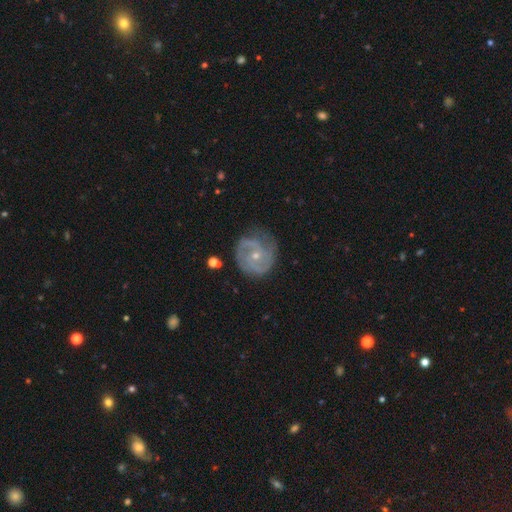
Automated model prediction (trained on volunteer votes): Q: Smooth or featured?
A: featured or disk (83%); runner-up: smooth (11%)
Q: Edge-on disk?
A: no (98%); runner-up: yes (2%)
Q: Bar?
A: no (60%); runner-up: weak (32%)
Q: Spiral arms?
A: yes (94%); runner-up: no (6%)
Q: Spiral winding?
A: tight (45%); runner-up: medium (43%)
Q: Spiral arm count?
A: 2 (62%); runner-up: can't tell (14%)
Q: Bulge size?
A: small (66%); runner-up: moderate (31%)
Q: Merging?
A: none (67%); runner-up: minor disturbance (23%)